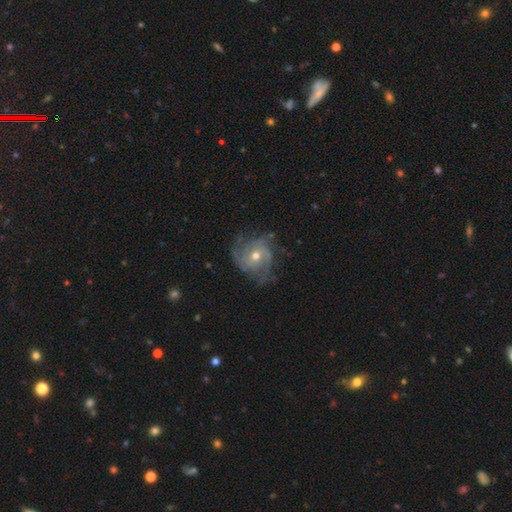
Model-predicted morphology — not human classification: Q: Smooth or featured?
A: featured or disk (84%); runner-up: smooth (9%)
Q: Edge-on disk?
A: no (97%); runner-up: yes (3%)
Q: Bar?
A: no (76%); runner-up: weak (20%)
Q: Spiral arms?
A: yes (94%); runner-up: no (6%)
Q: Spiral winding?
A: tight (47%); runner-up: medium (40%)
Q: Spiral arm count?
A: 3 (34%); runner-up: can't tell (22%)
Q: Bulge size?
A: moderate (64%); runner-up: small (32%)
Q: Merging?
A: none (68%); runner-up: minor disturbance (20%)